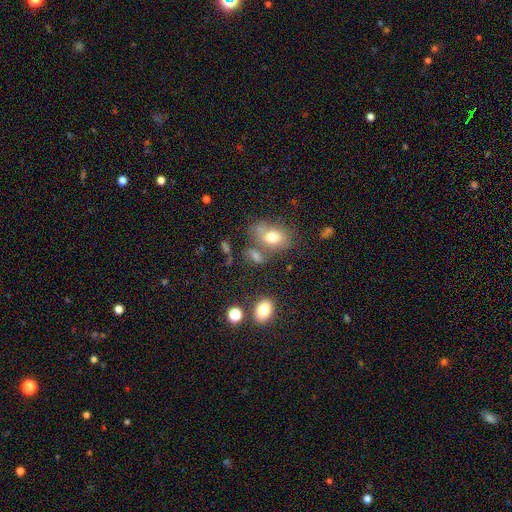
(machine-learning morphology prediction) Smooth or featured: smooth — 64% (featured or disk — 18%)
How rounded: in between — 75% (round — 21%)
Merging: none — 48% (merger — 24%)